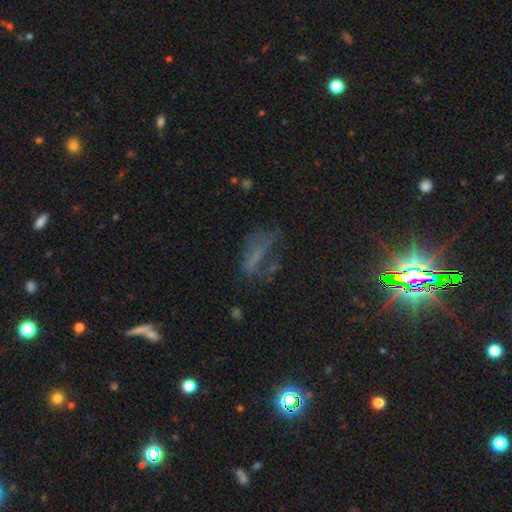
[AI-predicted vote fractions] Q: Smooth or featured?
A: featured or disk (36%); runner-up: star or artifact (35%)
Q: Merging?
A: none (38%); runner-up: major disturbance (35%)